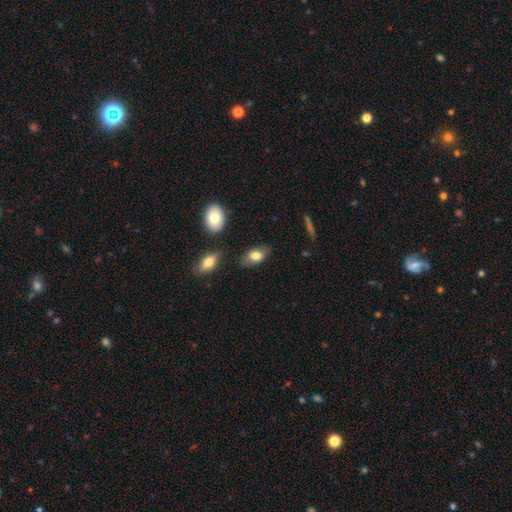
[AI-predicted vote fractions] Smooth or featured?
  - smooth: 75% *
  - featured or disk: 18%
  - star or artifact: 7%
How rounded?
  - in between: 91% *
  - round: 7%
  - cigar-shaped: 3%
Merging?
  - none: 75% *
  - minor disturbance: 17%
  - major disturbance: 4%
  - merger: 4%